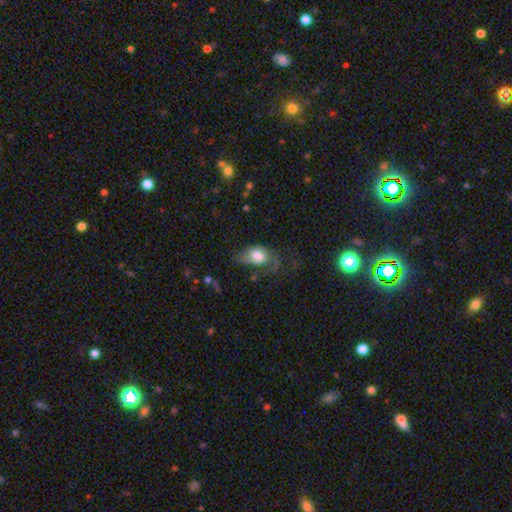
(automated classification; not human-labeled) Smooth or featured: smooth — 63% (featured or disk — 29%)
How rounded: in between — 80% (round — 18%)
Merging: major disturbance — 40% (none — 29%)